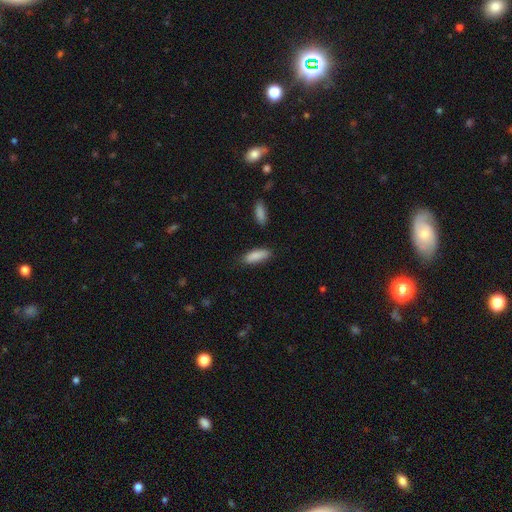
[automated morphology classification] The model was most divided on "how rounded": in between: 65%, cigar-shaped: 33%, round: 2%. More confident: smooth or featured — smooth (88%); merging — none (78%).